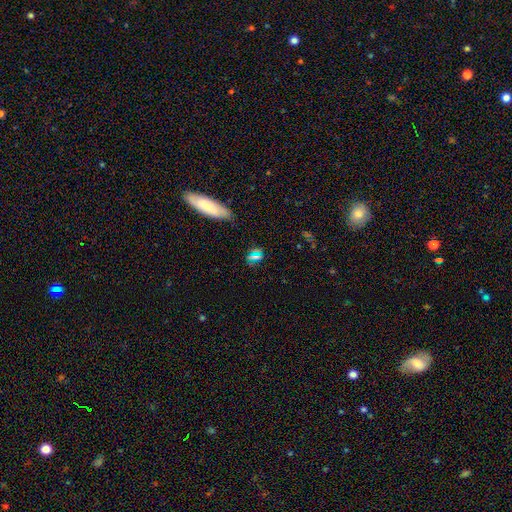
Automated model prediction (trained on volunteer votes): A smooth galaxy with no disk features (48%).

Vote fractions:
- Smooth or featured? smooth: 48% / star or artifact: 37% / featured or disk: 16%
- Merging? none: 79% / minor disturbance: 12% / major disturbance: 5% / merger: 4%